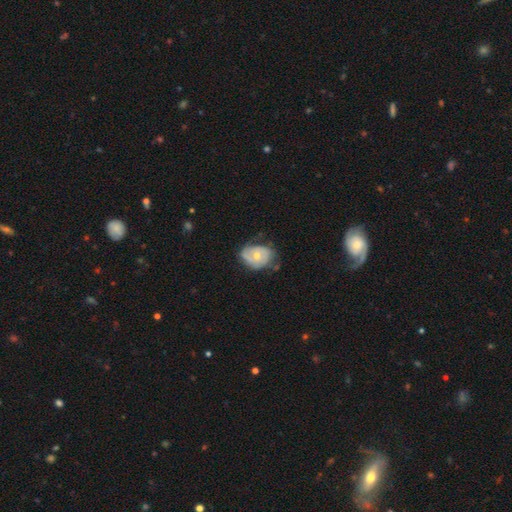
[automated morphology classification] Smooth or featured? Predicted: featured or disk (p=0.55). Edge-on disk? Predicted: no (p=0.96). Bar? Predicted: no (p=0.81). Spiral arms? Predicted: yes (p=0.63). Bulge size? Predicted: moderate (p=0.58). Merging? Predicted: none (p=0.47).